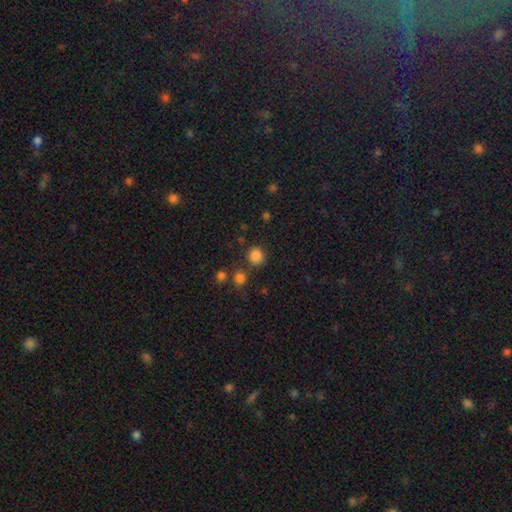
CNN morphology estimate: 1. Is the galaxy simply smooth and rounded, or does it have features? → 83% smooth, 13% star or artifact, 4% featured or disk.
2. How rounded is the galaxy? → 89% round, 10% in between, 1% cigar-shaped.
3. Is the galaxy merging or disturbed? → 79% none, 9% minor disturbance, 8% merger, 4% major disturbance.